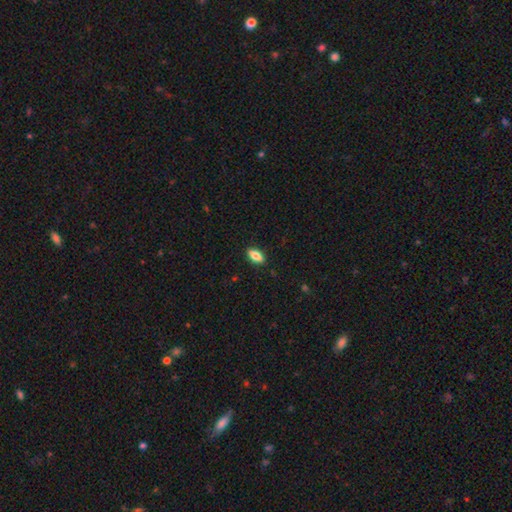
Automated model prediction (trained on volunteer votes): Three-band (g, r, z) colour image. It shows a smooth galaxy with no disk features (80%) that is in between round and cigar-shaped (88%). Merging: none (89%).